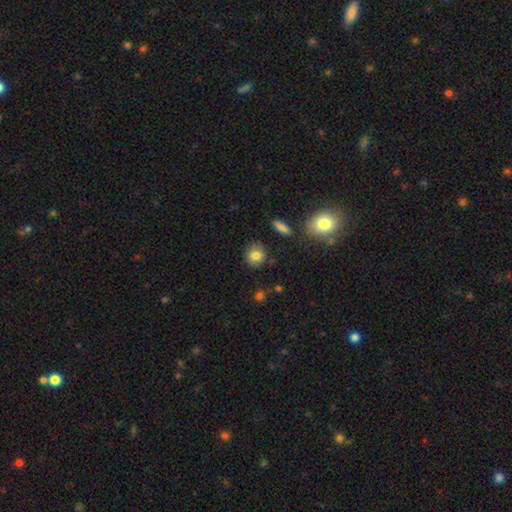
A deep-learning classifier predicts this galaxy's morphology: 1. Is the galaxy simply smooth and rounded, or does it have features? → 81% smooth, 9% star or artifact, 9% featured or disk.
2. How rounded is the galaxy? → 82% round, 16% in between, 1% cigar-shaped.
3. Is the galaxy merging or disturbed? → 85% none, 10% minor disturbance, 3% major disturbance, 2% merger.